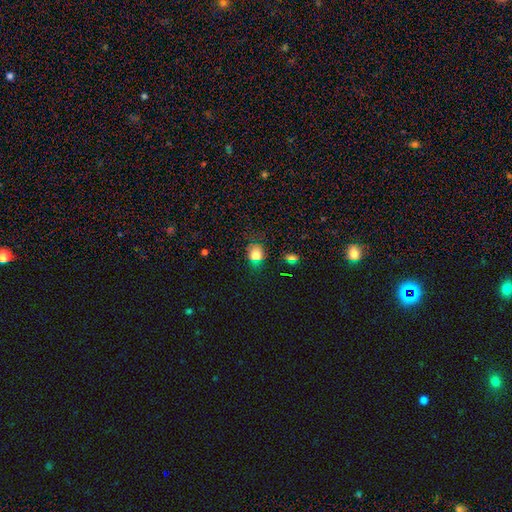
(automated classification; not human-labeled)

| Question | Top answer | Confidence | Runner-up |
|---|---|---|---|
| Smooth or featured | smooth | 72% | star or artifact (20%) |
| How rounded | round | 60% | in between (39%) |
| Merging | none | 76% | minor disturbance (17%) |